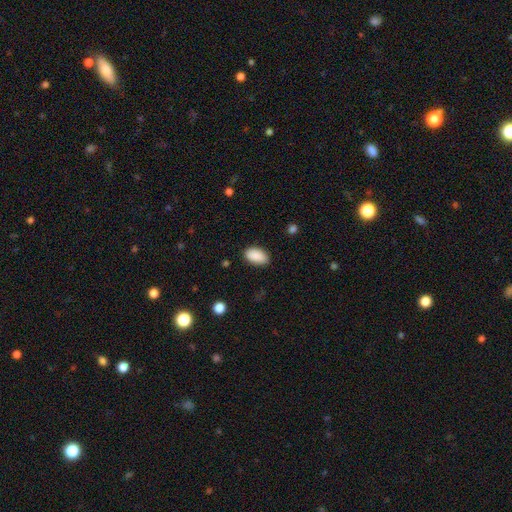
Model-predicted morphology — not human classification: smooth-or-featured: smooth: 90% | star or artifact: 7% | featured or disk: 3%
  how-rounded: in between: 94% | round: 4% | cigar-shaped: 2%
  merging: none: 85% | minor disturbance: 11% | major disturbance: 3% | merger: 1%